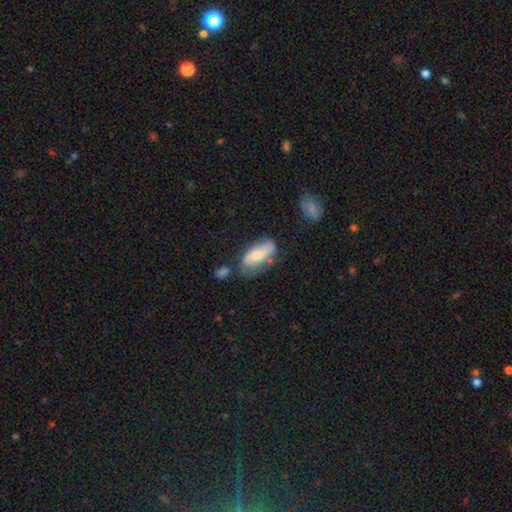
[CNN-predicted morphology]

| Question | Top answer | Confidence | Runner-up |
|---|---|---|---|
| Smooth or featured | smooth | 67% | featured or disk (26%) |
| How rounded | in between | 83% | cigar-shaped (14%) |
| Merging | none | 44% | minor disturbance (31%) |